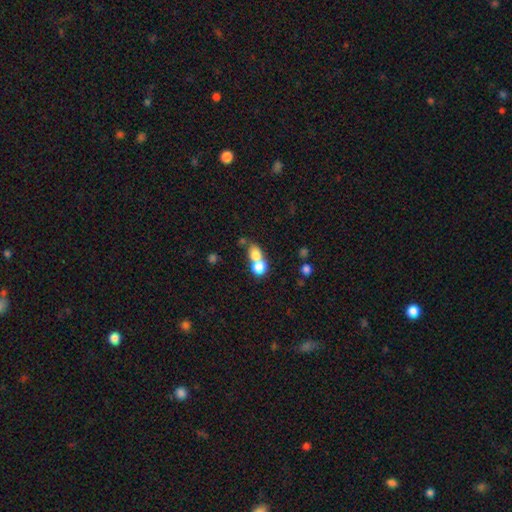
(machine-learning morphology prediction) This appears to be a smooth galaxy with no disk features (76%) that is round (62%). Merging: merger (67%).